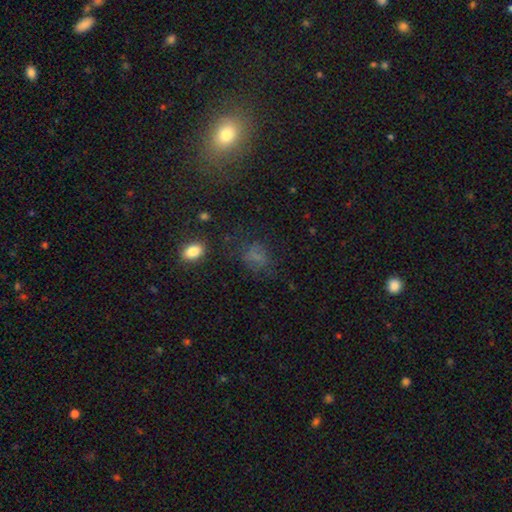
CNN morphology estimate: type=smooth (55%); roundness=in between (60%); merging=none (59%).